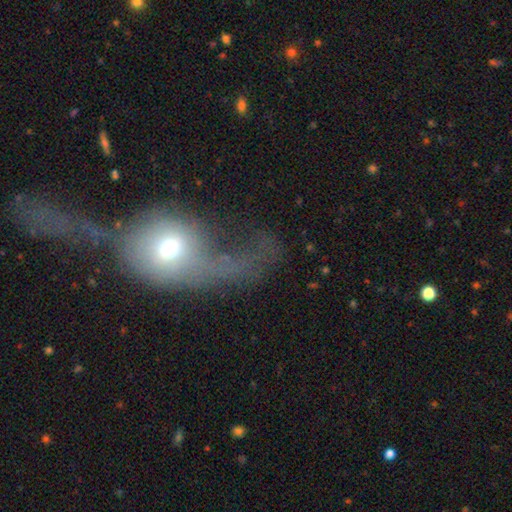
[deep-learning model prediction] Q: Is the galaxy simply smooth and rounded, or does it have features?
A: featured or disk — 44%.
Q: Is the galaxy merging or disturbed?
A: major disturbance — 48%.